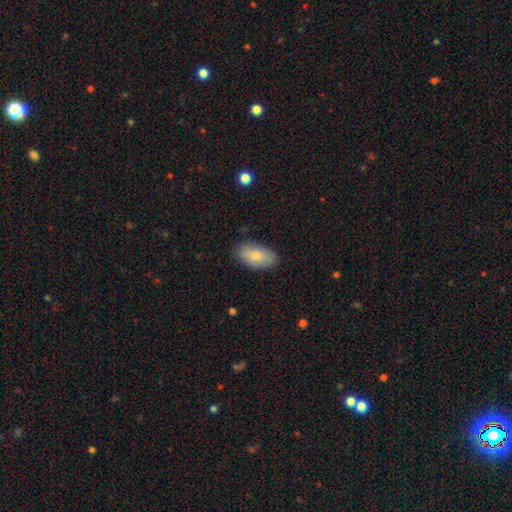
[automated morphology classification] This appears to be a smooth galaxy with no disk features (82%) that is in between round and cigar-shaped (94%). Merging: none (84%).